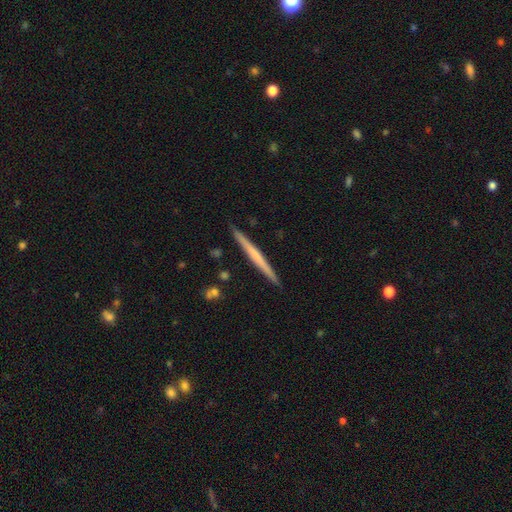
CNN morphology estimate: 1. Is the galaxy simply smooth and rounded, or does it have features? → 51% featured or disk, 44% smooth, 5% star or artifact.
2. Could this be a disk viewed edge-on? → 98% yes, 2% no.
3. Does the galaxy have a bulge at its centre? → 81% none, 14% rounded, 5% boxy.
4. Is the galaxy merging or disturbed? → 92% none, 6% minor disturbance, 1% merger, 1% major disturbance.